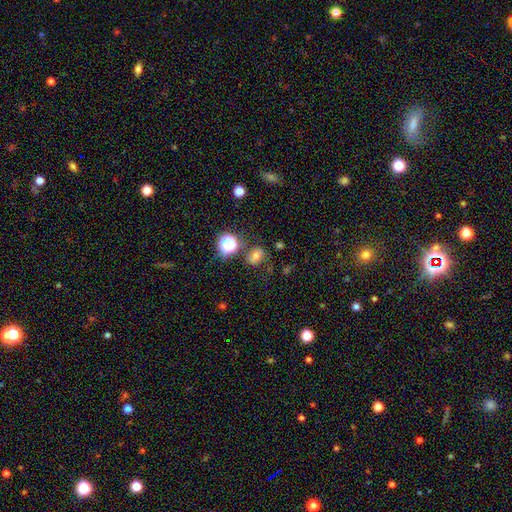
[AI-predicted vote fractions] smooth-or-featured: smooth: 61% | star or artifact: 24% | featured or disk: 15%
  how-rounded: round: 56% | in between: 43% | cigar-shaped: 1%
  merging: none: 71% | minor disturbance: 16% | merger: 7% | major disturbance: 7%